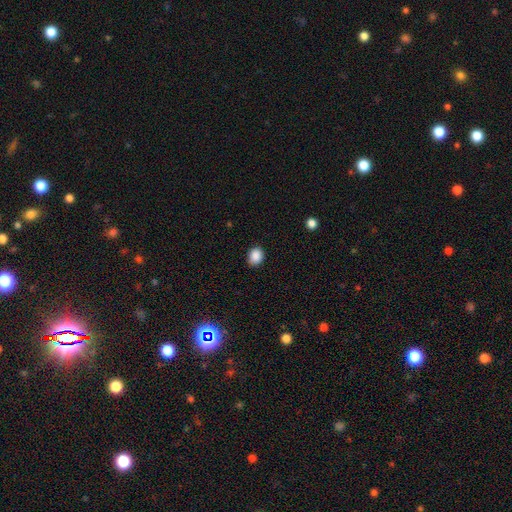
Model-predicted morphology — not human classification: Overall: smooth (88%). How rounded: in between (51%; round 48%). Merging: none (86%).